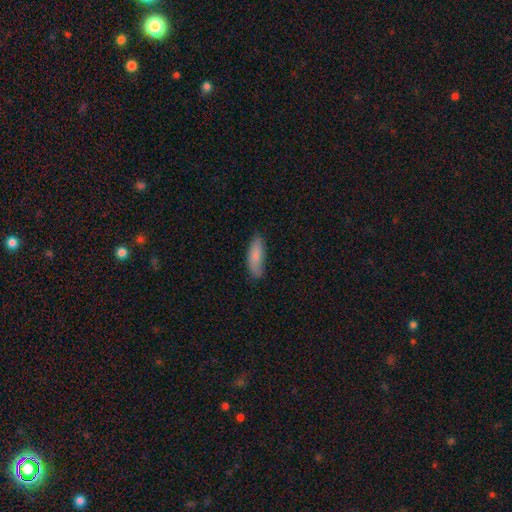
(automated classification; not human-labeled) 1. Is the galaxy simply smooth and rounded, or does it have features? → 82% smooth, 12% featured or disk, 6% star or artifact.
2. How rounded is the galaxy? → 53% in between, 45% cigar-shaped, 2% round.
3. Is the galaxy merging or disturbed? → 75% none, 20% minor disturbance, 4% major disturbance, 1% merger.